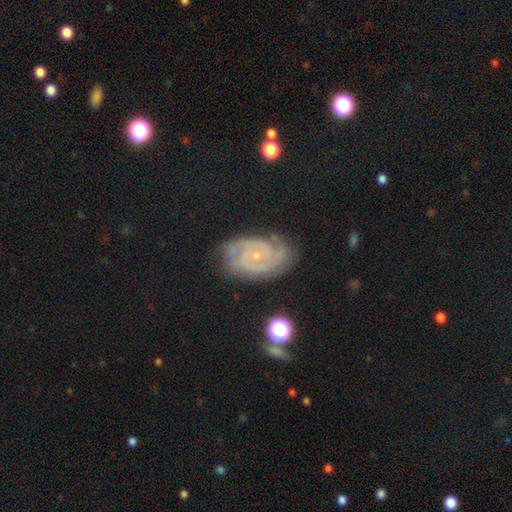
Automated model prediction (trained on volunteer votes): smooth-or-featured: featured or disk: 84% | star or artifact: 9% | smooth: 7%
  disk-edge-on: no: 97% | yes: 3%
    bar: no: 63% | weak: 29% | strong: 8%
    has-spiral-arms: yes: 98% | no: 2%
      spiral-winding: tight: 71% | medium: 25% | loose: 4%
      spiral-arm-count: 2: 53% | 3: 17% | can't tell: 13% | 4: 7% | 1: 5% | more than 4: 5%
    bulge-size: small: 83% | moderate: 12% | none: 3% | large: 1% | dominant: 1%
  merging: none: 78% | minor disturbance: 16% | major disturbance: 4% | merger: 2%